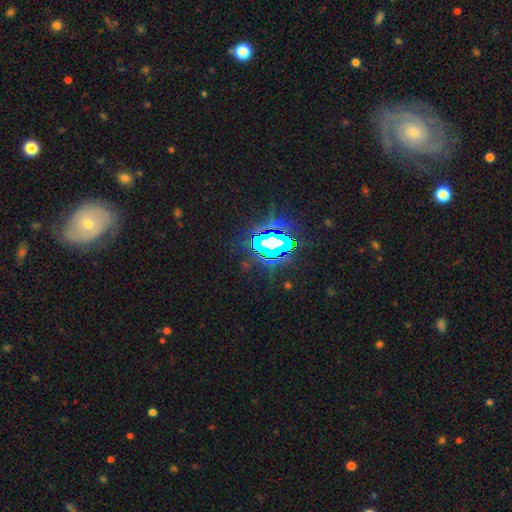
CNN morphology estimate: This appears to be a star or artifact, not a galaxy (64%).